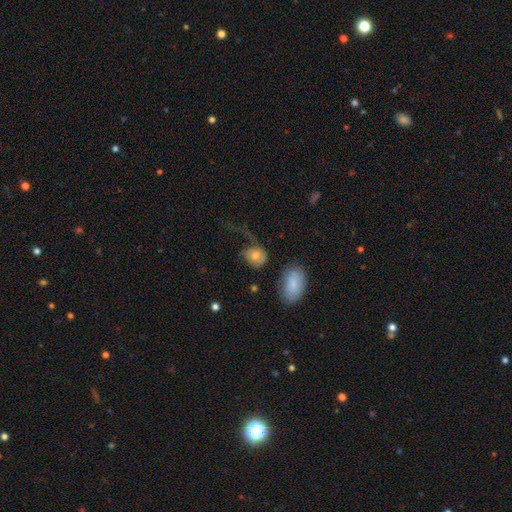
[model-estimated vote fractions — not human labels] Smooth or featured? smooth (71%)
How rounded? round (56%)
Merging? major disturbance (45%)